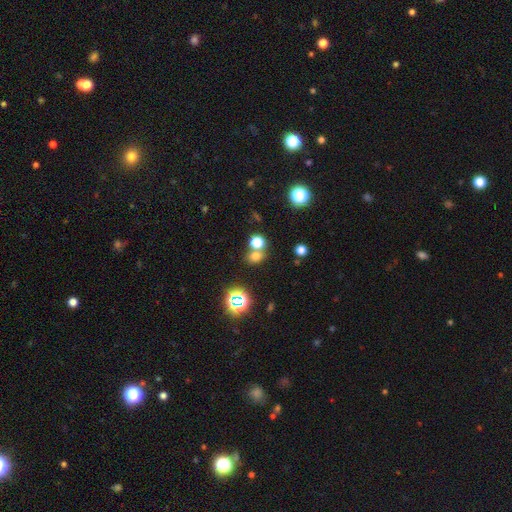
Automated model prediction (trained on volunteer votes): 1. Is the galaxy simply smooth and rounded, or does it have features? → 66% smooth, 25% star or artifact, 8% featured or disk.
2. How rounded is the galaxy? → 62% round, 37% in between, 1% cigar-shaped.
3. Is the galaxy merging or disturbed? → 56% none, 32% merger, 8% minor disturbance, 4% major disturbance.